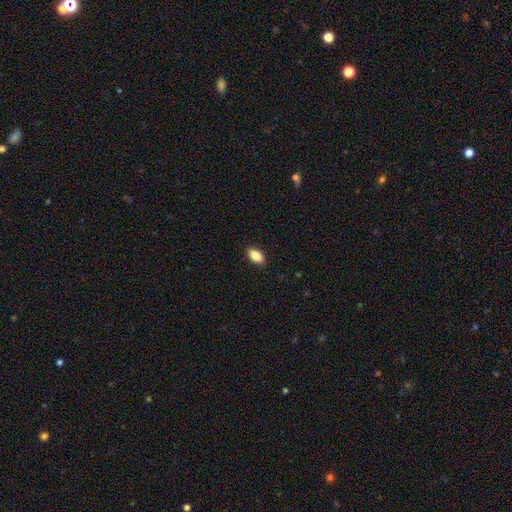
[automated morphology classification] A smooth galaxy with no disk features (85%) that is in between round and cigar-shaped (91%). Merging: none (89%).